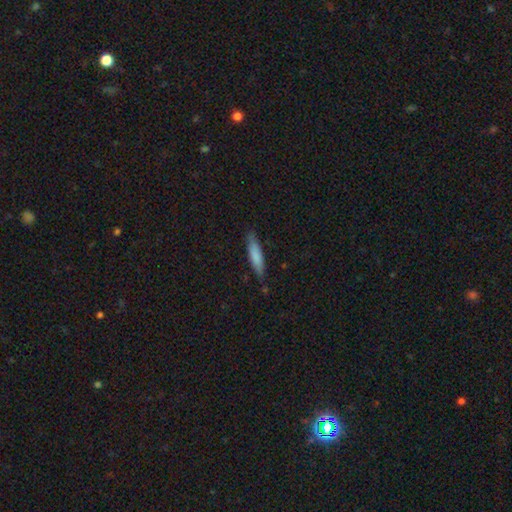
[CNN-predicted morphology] The model was most divided on "smooth or featured": smooth: 76%, featured or disk: 18%, star or artifact: 6%. More confident: merging — none (80%); how rounded — cigar-shaped (79%).